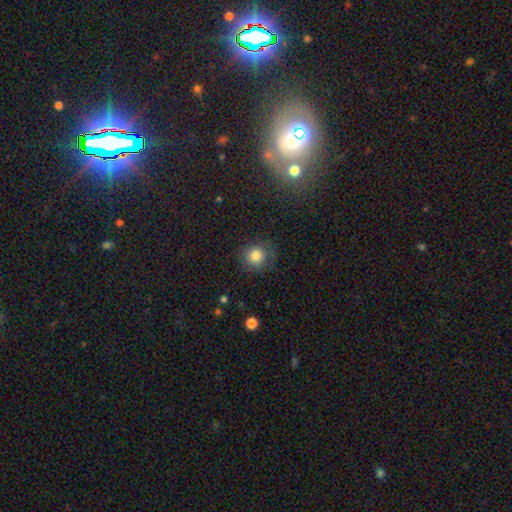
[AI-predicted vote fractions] smooth_or_featured: smooth (p=0.82) [alt: star or artifact p=0.11]
how_rounded: round (p=0.88) [alt: in between p=0.11]
merging: none (p=0.79) [alt: minor disturbance p=0.14]